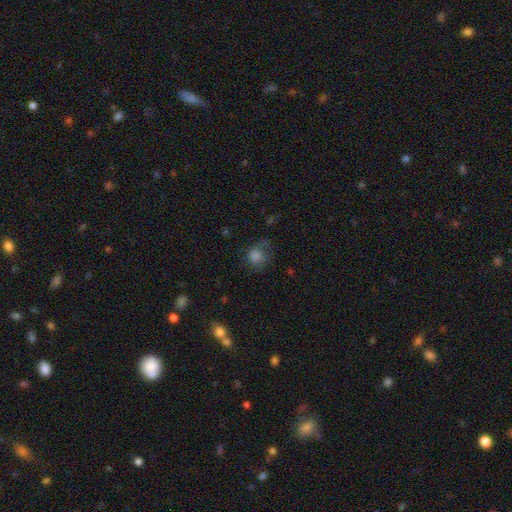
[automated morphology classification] smooth_or_featured: smooth (p=0.76) [alt: star or artifact p=0.13]
how_rounded: round (p=0.74) [alt: in between p=0.25]
merging: none (p=0.47) [alt: minor disturbance p=0.28]